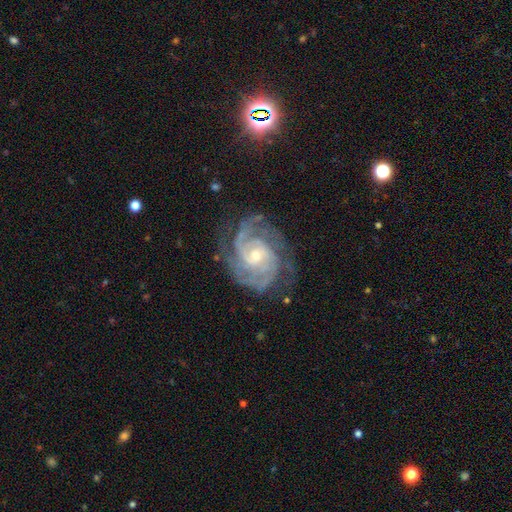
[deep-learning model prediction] Q: Smooth or featured?
A: featured or disk (91%); runner-up: star or artifact (5%)
Q: Edge-on disk?
A: no (98%); runner-up: yes (2%)
Q: Bar?
A: no (62%); runner-up: weak (31%)
Q: Spiral arms?
A: yes (98%); runner-up: no (2%)
Q: Spiral winding?
A: tight (61%); runner-up: medium (34%)
Q: Spiral arm count?
A: 2 (34%); runner-up: 3 (28%)
Q: Bulge size?
A: small (63%); runner-up: moderate (34%)
Q: Merging?
A: none (74%); runner-up: minor disturbance (17%)